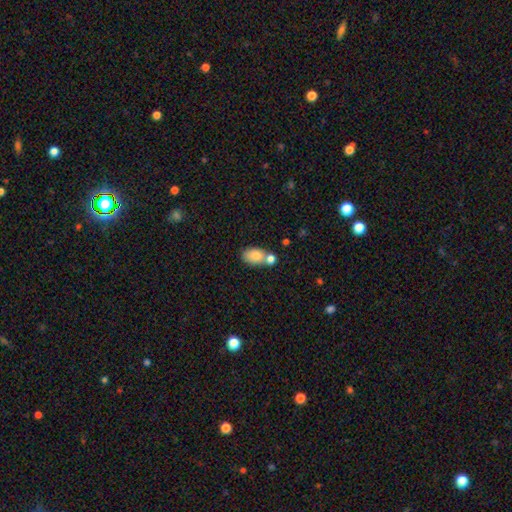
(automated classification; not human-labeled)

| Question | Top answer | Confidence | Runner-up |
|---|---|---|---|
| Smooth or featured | smooth | 82% | featured or disk (10%) |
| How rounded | in between | 86% | round (12%) |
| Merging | none | 47% | merger (35%) |